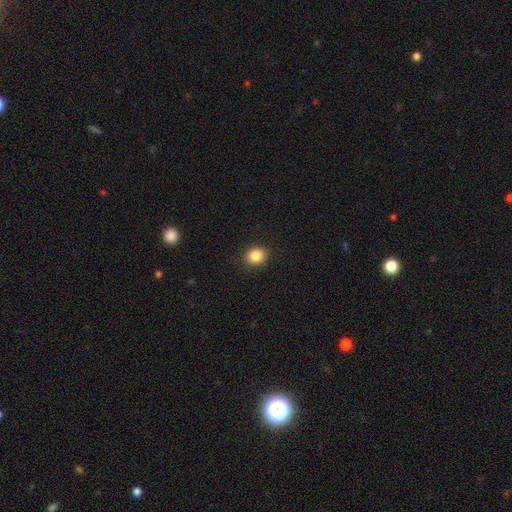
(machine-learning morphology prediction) Smooth or featured? smooth (86%)
How rounded? round (67%)
Merging? none (90%)